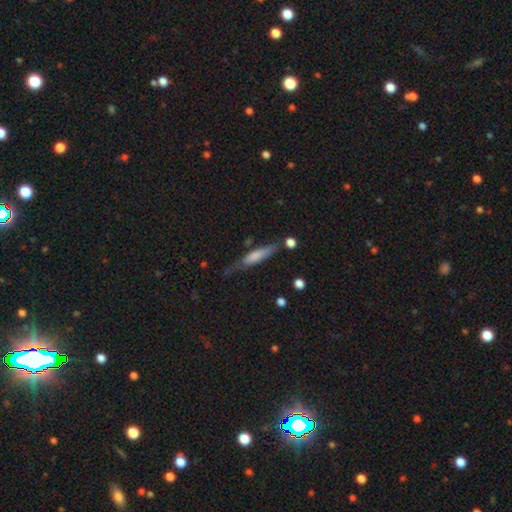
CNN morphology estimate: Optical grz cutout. It shows a smooth galaxy with no disk features (64%) that is cigar-shaped (78%). Merging: none (53%).